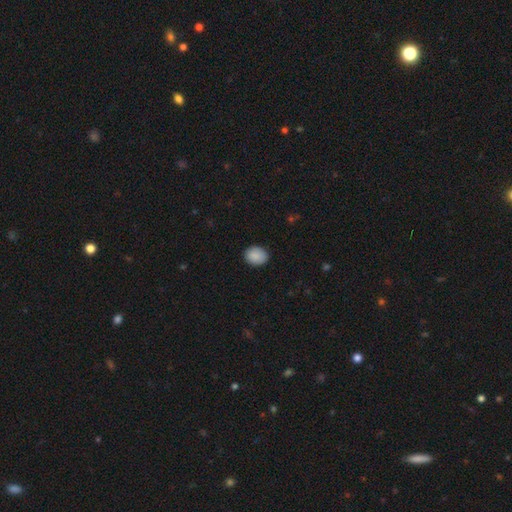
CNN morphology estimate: Smooth or featured? Predicted: smooth (p=0.90). How rounded? Predicted: round (p=0.51). Merging? Predicted: none (p=0.88).